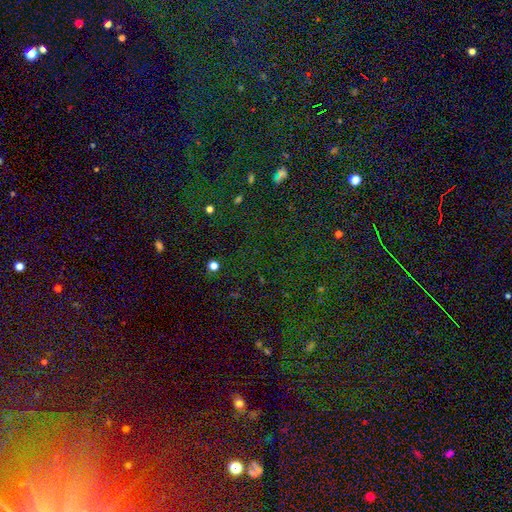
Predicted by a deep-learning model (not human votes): The model was most divided on "smooth or featured": star or artifact: 79%, smooth: 12%, featured or disk: 9%.